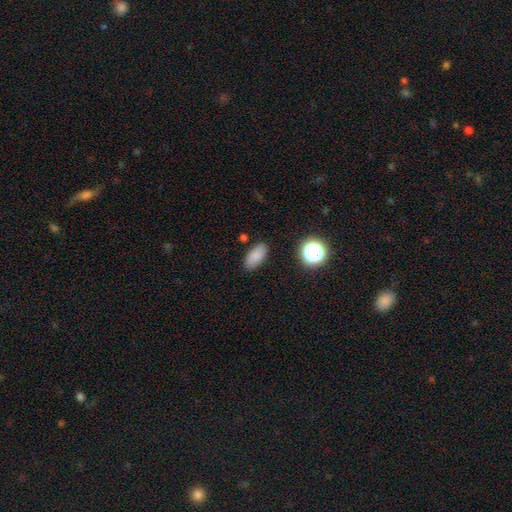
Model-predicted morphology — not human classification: Q: Smooth or featured?
A: smooth (84%); runner-up: star or artifact (10%)
Q: How rounded?
A: in between (88%); runner-up: cigar-shaped (7%)
Q: Merging?
A: none (85%); runner-up: minor disturbance (10%)